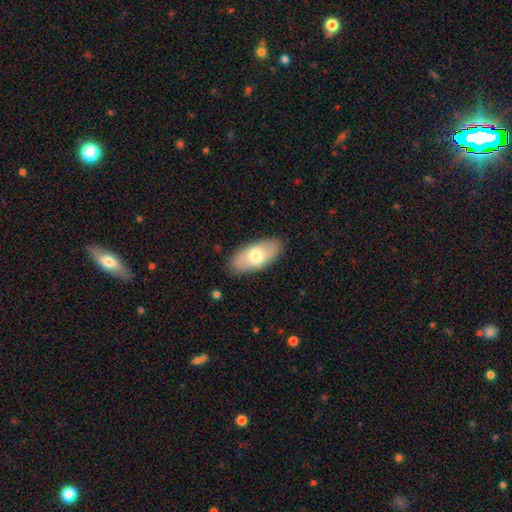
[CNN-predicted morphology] A smooth galaxy with no disk features (70%) that is in between round and cigar-shaped (89%). Merging: none (87%).